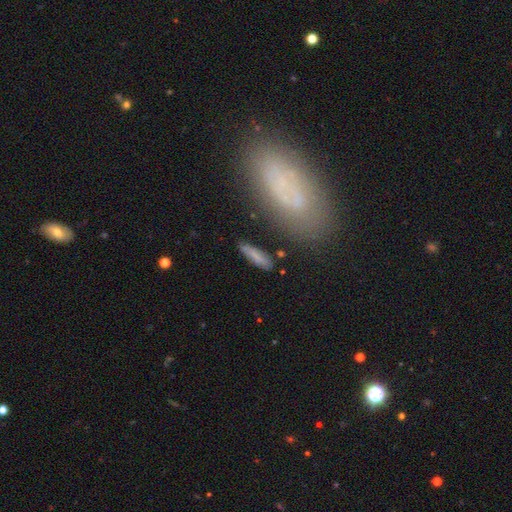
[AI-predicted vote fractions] Smooth or featured?
  - smooth: 66% *
  - featured or disk: 25%
  - star or artifact: 9%
How rounded?
  - cigar-shaped: 66% *
  - in between: 31%
  - round: 3%
Merging?
  - none: 75% *
  - minor disturbance: 15%
  - major disturbance: 5%
  - merger: 4%